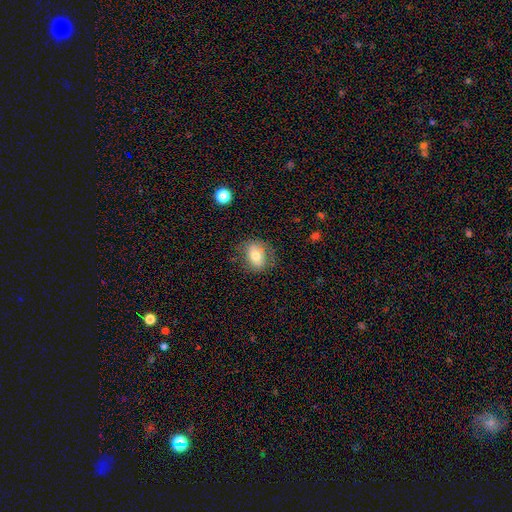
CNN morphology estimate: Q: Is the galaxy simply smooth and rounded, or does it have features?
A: smooth — 71%.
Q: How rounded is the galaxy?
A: in between — 61%.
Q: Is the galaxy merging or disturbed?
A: none — 74%.